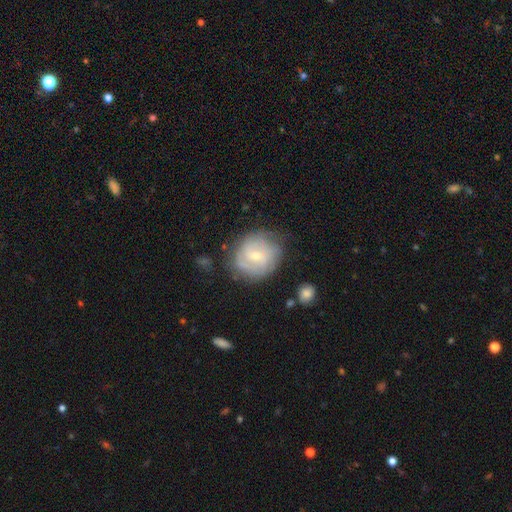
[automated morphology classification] This appears to be a featured or disk galaxy (69%) with a weak bar (49%), tight (56%) spiral arms (88%) and a small central bulge (62%). Merging: none (70%).